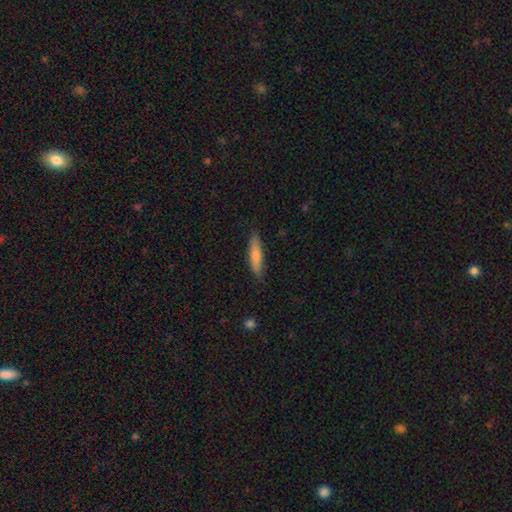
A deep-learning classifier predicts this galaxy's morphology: Smooth or featured?
  - smooth: 77% *
  - featured or disk: 17%
  - star or artifact: 6%
How rounded?
  - cigar-shaped: 79% *
  - in between: 19%
  - round: 2%
Merging?
  - none: 85% *
  - minor disturbance: 12%
  - major disturbance: 2%
  - merger: 1%